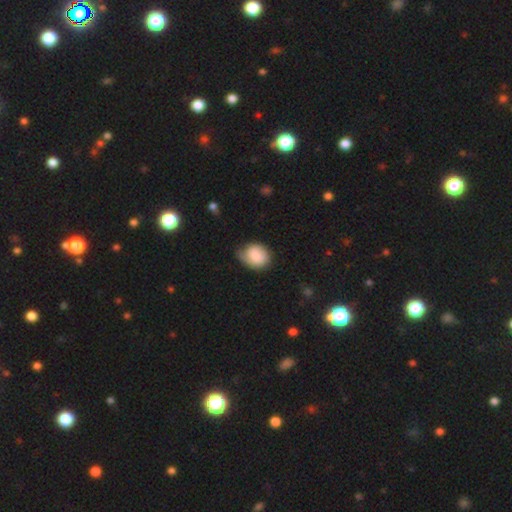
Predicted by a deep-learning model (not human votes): The model was most divided on "how rounded": round: 52%, in between: 47%, cigar-shaped: 1%. Remaining: smooth or featured — smooth (76%); merging — none (50%).